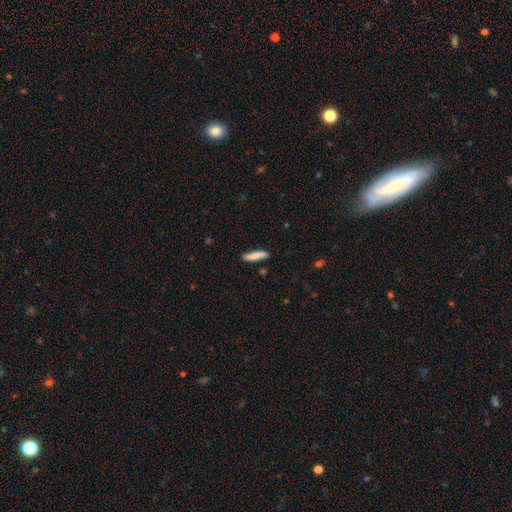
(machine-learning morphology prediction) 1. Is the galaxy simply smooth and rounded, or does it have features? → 82% smooth, 12% featured or disk, 6% star or artifact.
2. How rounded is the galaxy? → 85% cigar-shaped, 13% in between, 1% round.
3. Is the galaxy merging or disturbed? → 88% none, 9% minor disturbance, 2% merger, 2% major disturbance.